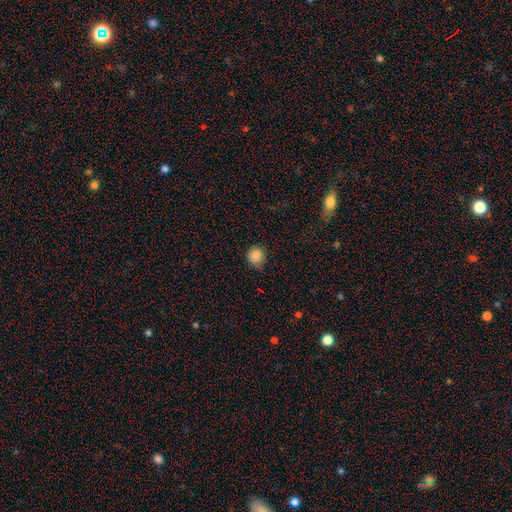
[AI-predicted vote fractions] This appears to be a smooth galaxy with no disk features (87%) that is round (91%). Merging: none (80%).